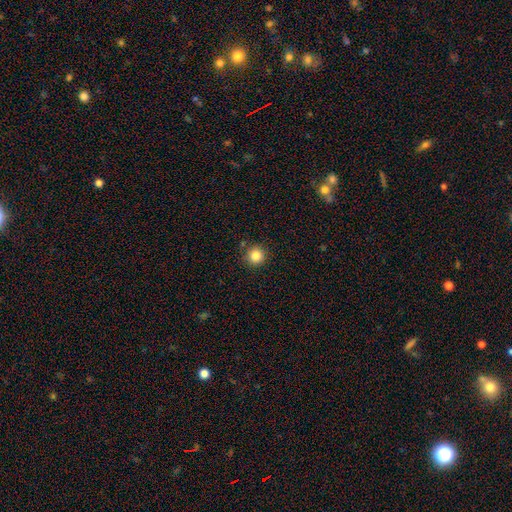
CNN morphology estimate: This is clearly a smooth galaxy (84%). How rounded: clearly round (95%). Merging: clearly none (88%).